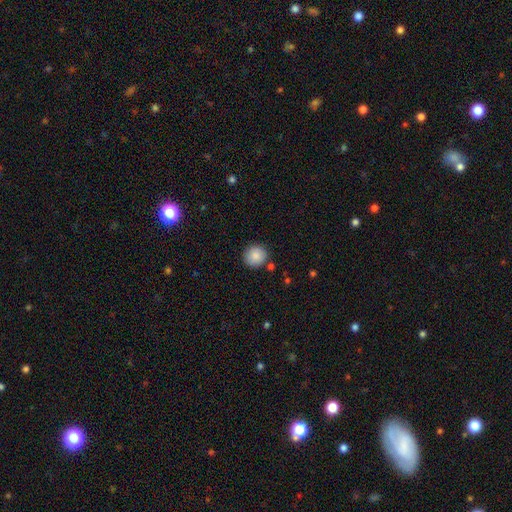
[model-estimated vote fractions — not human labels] The model was most divided on "smooth or featured": smooth: 87%, star or artifact: 8%, featured or disk: 5%. More confident: how rounded — round (91%); merging — none (88%).